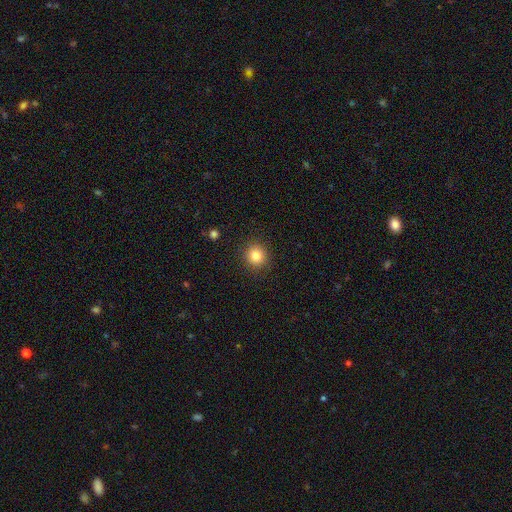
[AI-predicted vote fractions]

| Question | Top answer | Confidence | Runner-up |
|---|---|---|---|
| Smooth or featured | smooth | 83% | star or artifact (11%) |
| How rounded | round | 91% | in between (8%) |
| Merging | none | 90% | minor disturbance (6%) |